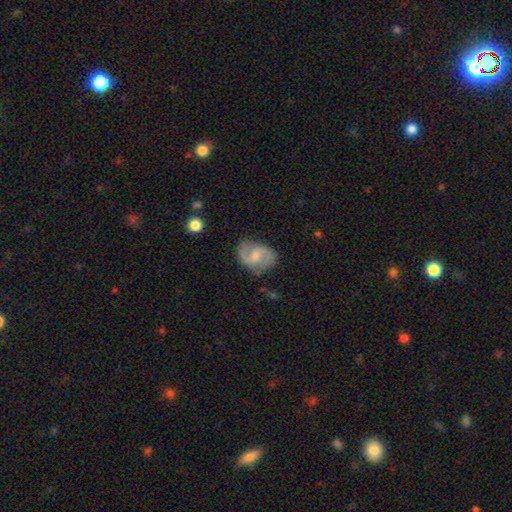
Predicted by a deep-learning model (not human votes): Overall: featured or disk (81%). Edge-on disk: no (98%). Bar: weak (58%; no 29%). Spiral arms: yes (95%). Spiral arm count: 2 (92%). Spiral winding: medium (51%; loose 35%). Bulge size: moderate (42%; small 41%). Merging: none (77%).